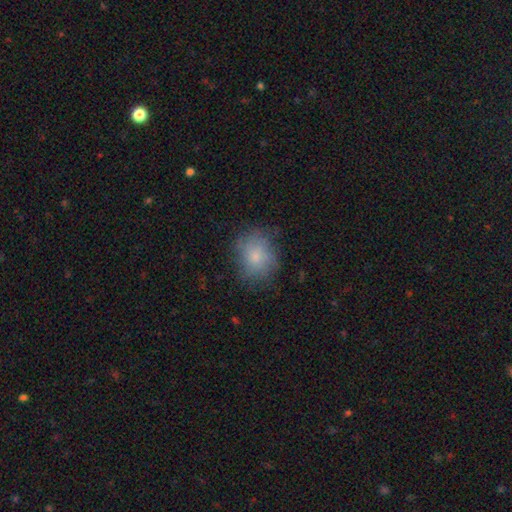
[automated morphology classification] The model was most divided on "how rounded": round: 62%, in between: 36%, cigar-shaped: 1%. More confident: merging — none (73%); smooth or featured — smooth (71%).